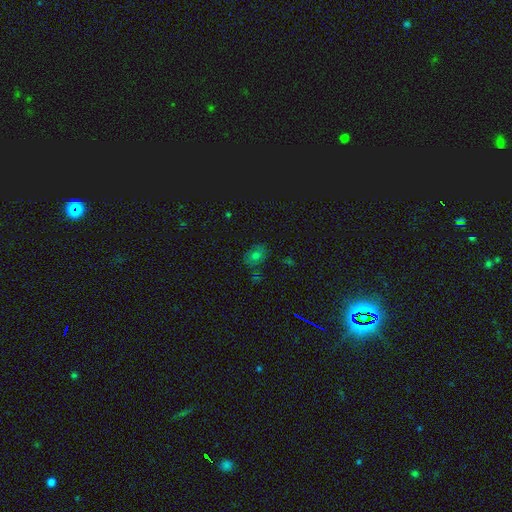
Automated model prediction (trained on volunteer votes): Morphology: type=smooth (50%); roundness=in between (55%); merging=none (70%).